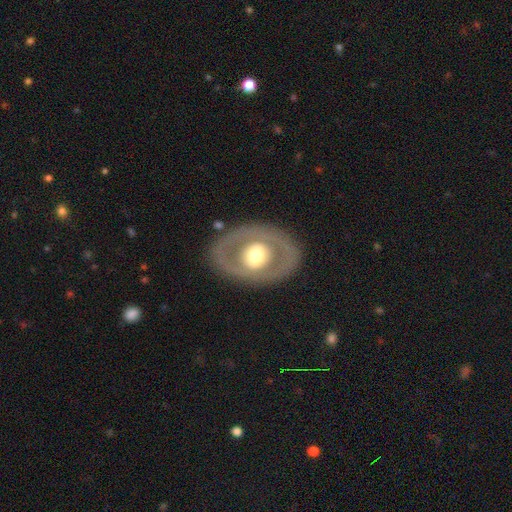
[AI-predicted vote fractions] Smooth or featured: featured or disk — 60% (smooth — 35%)
Edge-on disk: no — 91% (yes — 9%)
Bar: no — 78% (weak — 15%)
Spiral arms: no — 88% (yes — 12%)
Bulge size: moderate — 58% (large — 32%)
Merging: none — 82% (minor disturbance — 10%)